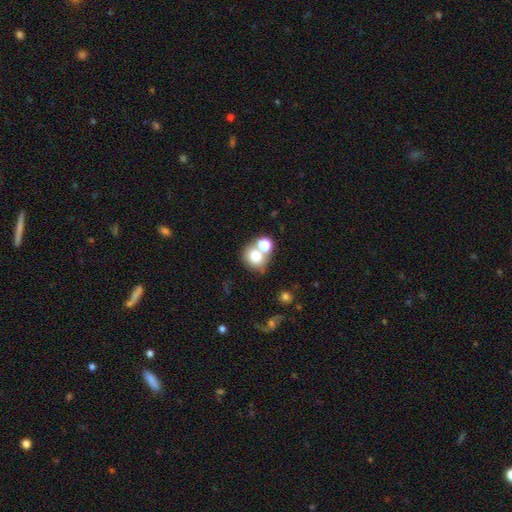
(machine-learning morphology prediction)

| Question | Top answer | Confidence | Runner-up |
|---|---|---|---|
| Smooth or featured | smooth | 73% | star or artifact (14%) |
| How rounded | round | 73% | in between (26%) |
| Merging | none | 46% | merger (39%) |